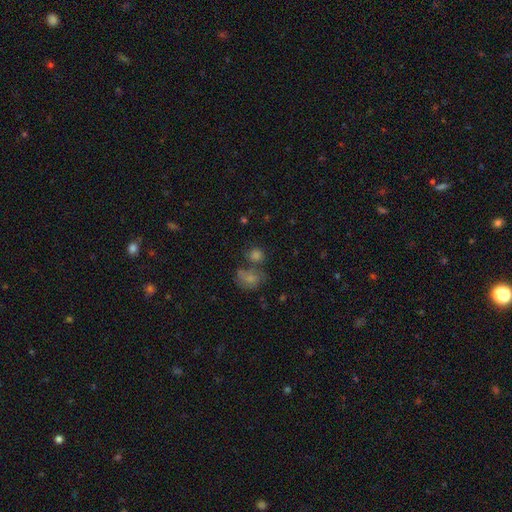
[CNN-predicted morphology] smooth-or-featured: smooth: 64% | star or artifact: 22% | featured or disk: 14%
  how-rounded: round: 77% | in between: 21% | cigar-shaped: 2%
  merging: none: 55% | merger: 28% | minor disturbance: 12% | major disturbance: 6%